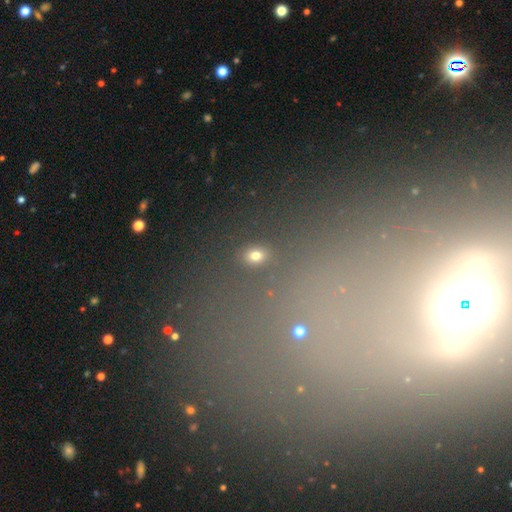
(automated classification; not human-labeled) This is likely a smooth galaxy (72%). How rounded: possibly in between (60%). Merging: clearly none (84%).